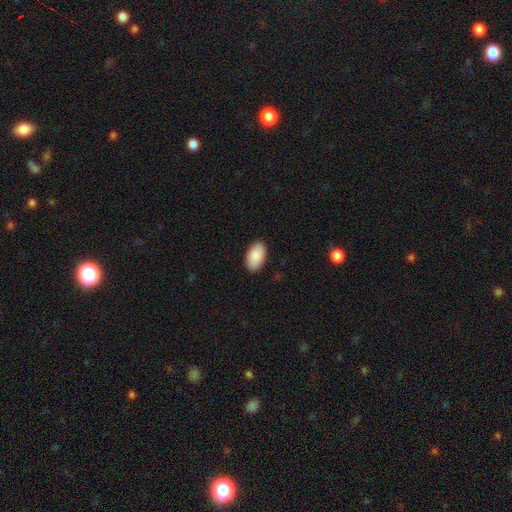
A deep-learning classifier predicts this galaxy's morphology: This is clearly a smooth galaxy (90%). How rounded: clearly in between (95%). Merging: clearly none (89%).